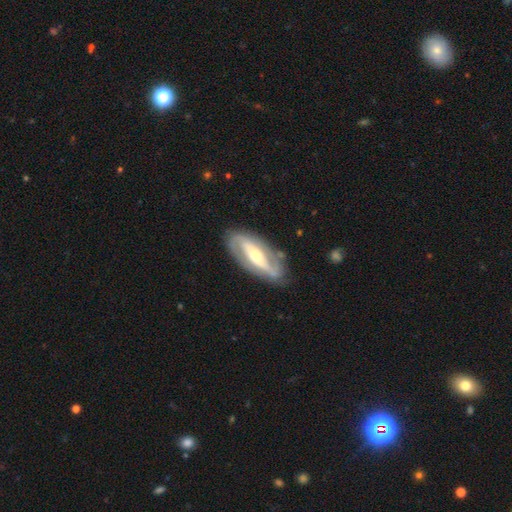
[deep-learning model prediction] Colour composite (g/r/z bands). It shows a featured or disk galaxy (81%) with a strong bar (51%), 2 (83%) medium (39%) spiral arms (84%) and a moderate central bulge (55%). Merging: none (79%).